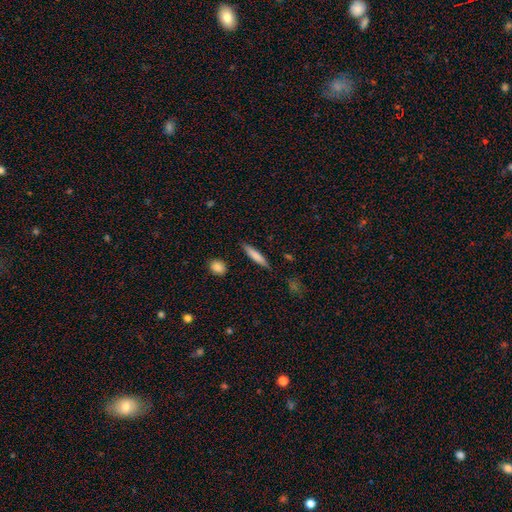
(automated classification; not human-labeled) Smooth or featured? Predicted: smooth (p=0.77). How rounded? Predicted: cigar-shaped (p=0.88). Merging? Predicted: none (p=0.87).